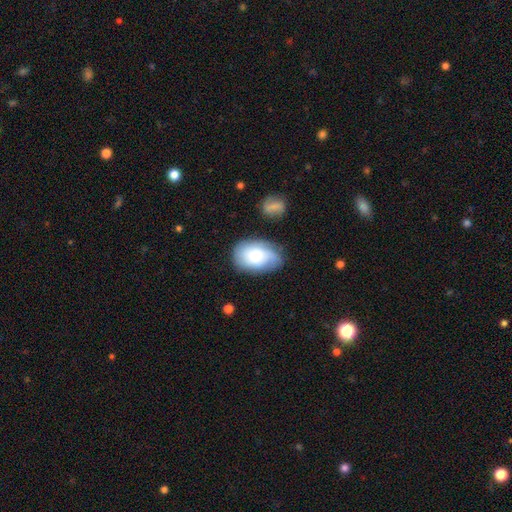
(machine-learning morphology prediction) smooth-or-featured: smooth: 61% | featured or disk: 32% | star or artifact: 7%
  how-rounded: in between: 86% | round: 13% | cigar-shaped: 1%
  merging: none: 67% | minor disturbance: 23% | major disturbance: 7% | merger: 3%